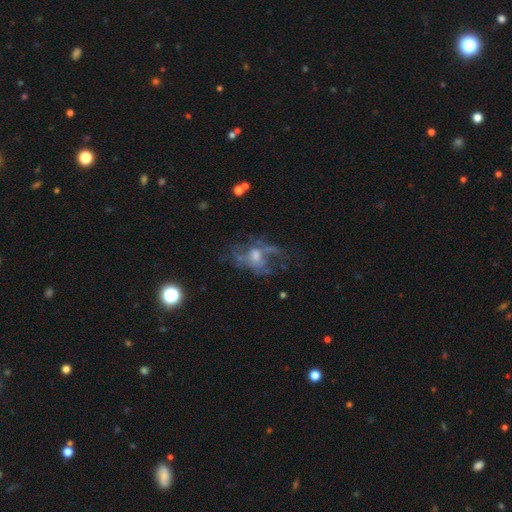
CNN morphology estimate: A featured or disk galaxy (67%) with no bar (75%), no spiral arms (52%) and a moderate central bulge (48%).

Vote fractions:
- Smooth or featured? featured or disk: 67% / star or artifact: 17% / smooth: 17%
- Edge-on disk? no: 95% / yes: 5%
- Bar? no: 75% / weak: 21% / strong: 4%
- Spiral arms? no: 52% / yes: 48%
- Bulge size? moderate: 48% / small: 33% / none: 10% / large: 6% / dominant: 2%
- Merging? none: 44% / major disturbance: 33% / minor disturbance: 17% / merger: 5%